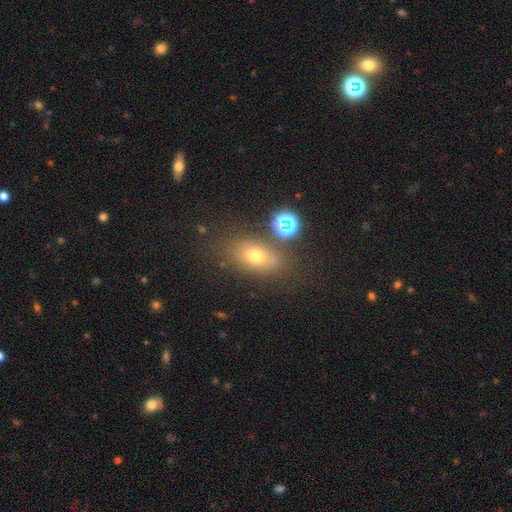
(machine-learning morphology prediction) Overall: smooth (68%). How rounded: in between (77%). Merging: none (73%).